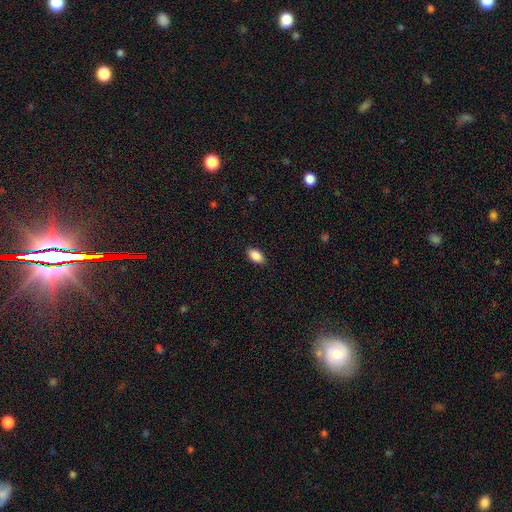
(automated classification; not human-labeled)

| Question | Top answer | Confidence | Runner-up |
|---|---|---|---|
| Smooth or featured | smooth | 89% | star or artifact (7%) |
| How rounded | in between | 93% | round (4%) |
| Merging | none | 88% | minor disturbance (9%) |